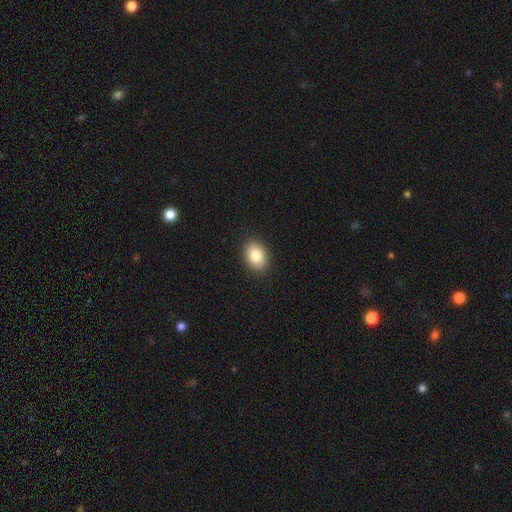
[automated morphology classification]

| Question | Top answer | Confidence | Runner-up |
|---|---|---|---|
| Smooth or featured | smooth | 84% | star or artifact (8%) |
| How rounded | in between | 72% | round (27%) |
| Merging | none | 90% | minor disturbance (7%) |